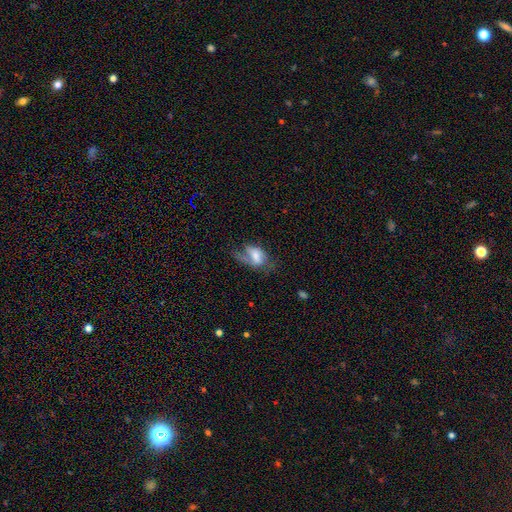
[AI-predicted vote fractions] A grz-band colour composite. It shows a featured or disk galaxy (46%). Merging: major disturbance (40%).